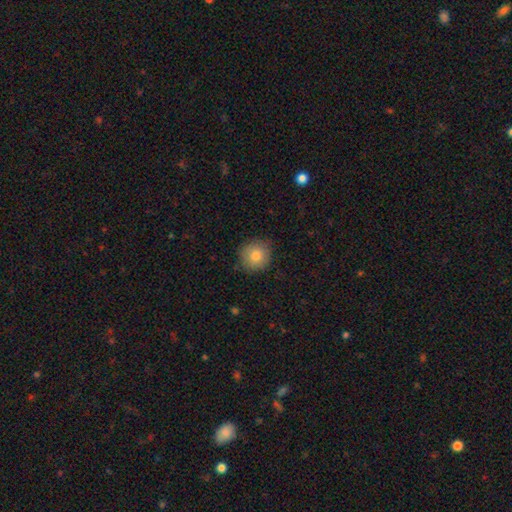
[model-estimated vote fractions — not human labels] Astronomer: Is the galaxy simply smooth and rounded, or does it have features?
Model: smooth — 81%.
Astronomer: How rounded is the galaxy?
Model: round — 89%.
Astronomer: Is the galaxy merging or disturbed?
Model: none — 82%.